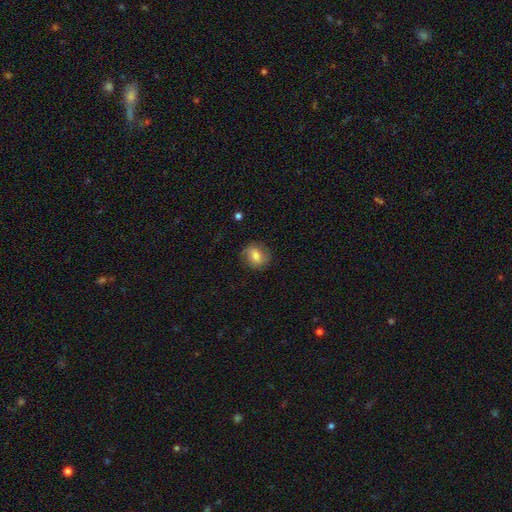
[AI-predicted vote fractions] smooth_or_featured: smooth (p=0.63) [alt: featured or disk p=0.27]
how_rounded: round (p=0.69) [alt: in between p=0.30]
merging: none (p=0.78) [alt: minor disturbance p=0.16]